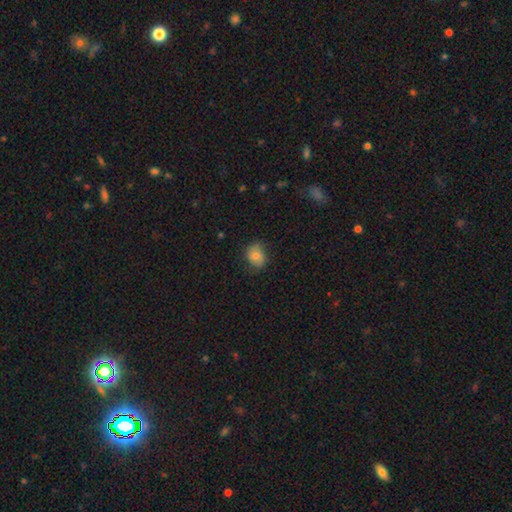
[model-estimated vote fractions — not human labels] The model was most divided on "how rounded": in between: 51%, round: 48%, cigar-shaped: 1%. More confident: smooth or featured — smooth (76%); merging — none (68%).